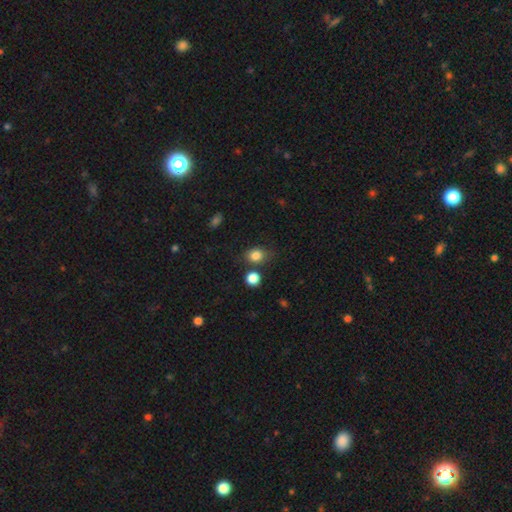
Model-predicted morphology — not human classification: smooth_or_featured: smooth (p=0.83) [alt: star or artifact p=0.11]
how_rounded: round (p=0.57) [alt: in between p=0.42]
merging: none (p=0.70) [alt: minor disturbance p=0.15]